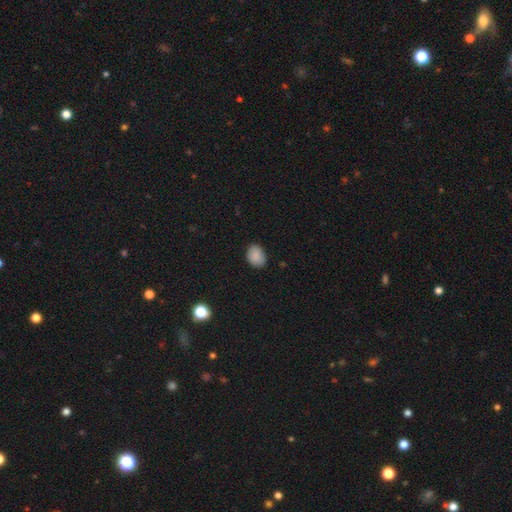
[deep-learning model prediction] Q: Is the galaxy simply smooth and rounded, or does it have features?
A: smooth — 87%.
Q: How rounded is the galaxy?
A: in between — 66%.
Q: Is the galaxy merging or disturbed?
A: none — 82%.